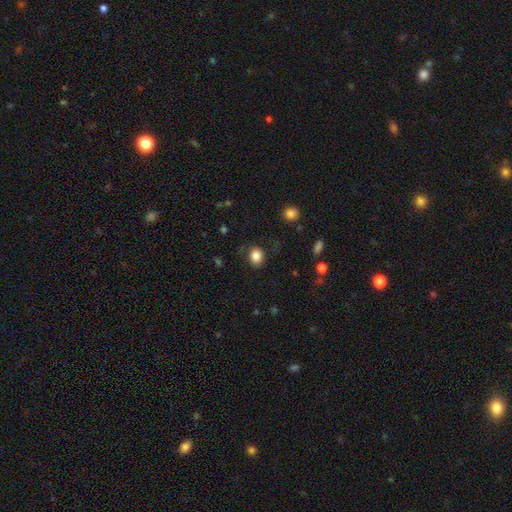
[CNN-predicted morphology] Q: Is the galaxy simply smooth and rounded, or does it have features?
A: smooth — 84%.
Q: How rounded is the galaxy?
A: round — 65%.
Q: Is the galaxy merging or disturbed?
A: none — 81%.